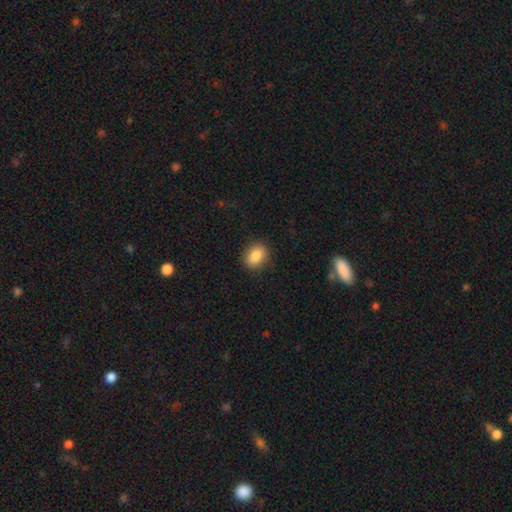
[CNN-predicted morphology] smooth-or-featured: smooth: 86% | star or artifact: 8% | featured or disk: 6%
  how-rounded: in between: 70% | round: 29% | cigar-shaped: 2%
  merging: none: 84% | minor disturbance: 12% | major disturbance: 3% | merger: 1%